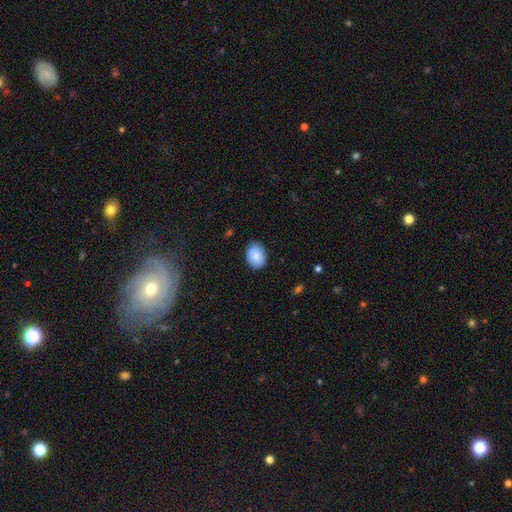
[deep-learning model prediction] Smooth or featured? smooth (85%)
How rounded? in between (73%)
Merging? none (84%)